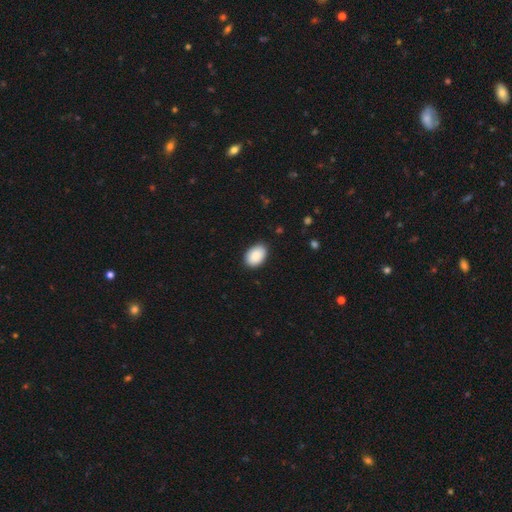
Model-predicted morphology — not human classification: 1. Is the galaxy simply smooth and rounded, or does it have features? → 90% smooth, 6% star or artifact, 3% featured or disk.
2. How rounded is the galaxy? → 90% in between, 9% round, 1% cigar-shaped.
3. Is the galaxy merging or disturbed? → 87% none, 10% minor disturbance, 2% major disturbance, 1% merger.